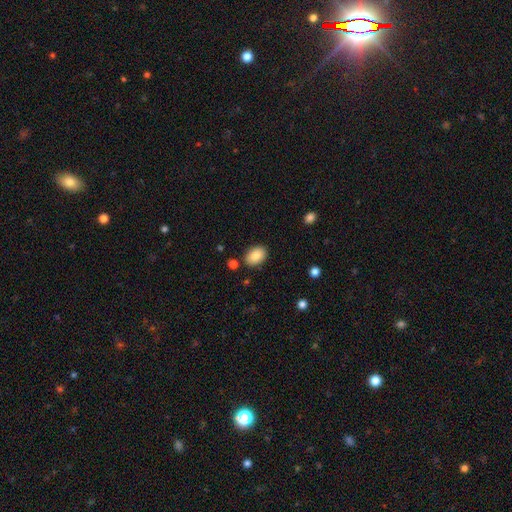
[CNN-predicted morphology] type=smooth (87%); roundness=in between (86%); merging=none (86%).